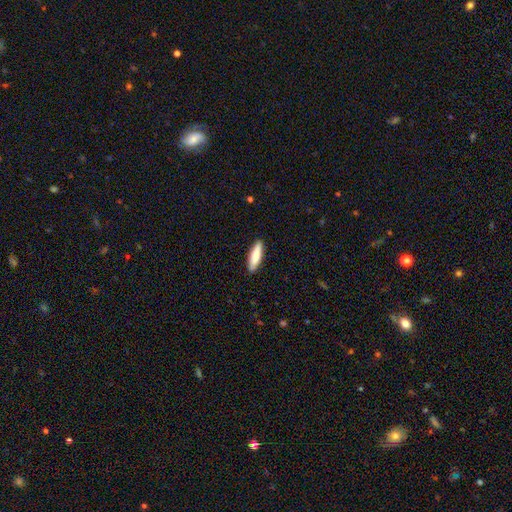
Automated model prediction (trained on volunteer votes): Overall: smooth (83%). How rounded: cigar-shaped (62%; in between 36%). Merging: none (88%).